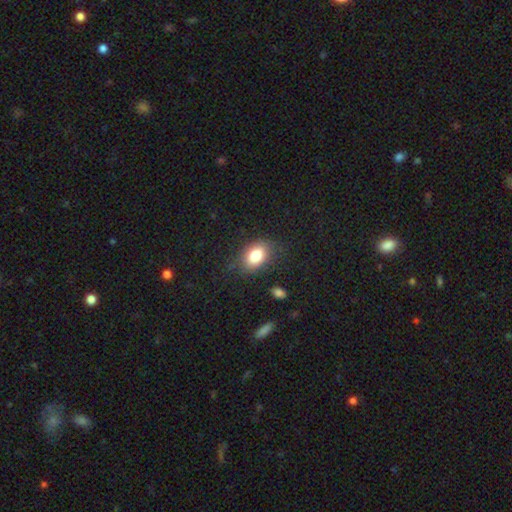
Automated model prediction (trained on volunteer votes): Q: Smooth or featured?
A: smooth (82%); runner-up: featured or disk (10%)
Q: How rounded?
A: in between (84%); runner-up: round (15%)
Q: Merging?
A: none (77%); runner-up: minor disturbance (16%)